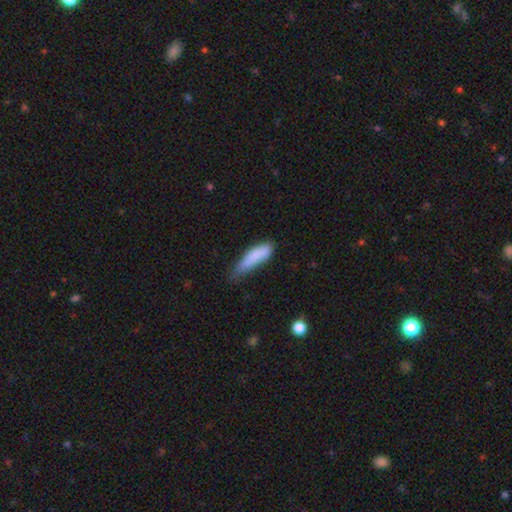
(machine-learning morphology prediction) Q: Smooth or featured?
A: smooth (83%); runner-up: featured or disk (10%)
Q: How rounded?
A: cigar-shaped (59%); runner-up: in between (39%)
Q: Merging?
A: minor disturbance (46%); runner-up: none (38%)